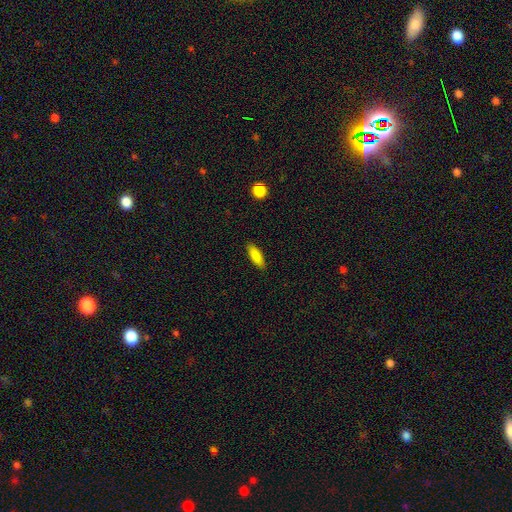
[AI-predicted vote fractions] Smooth or featured? smooth (86%)
How rounded? in between (51%)
Merging? none (88%)